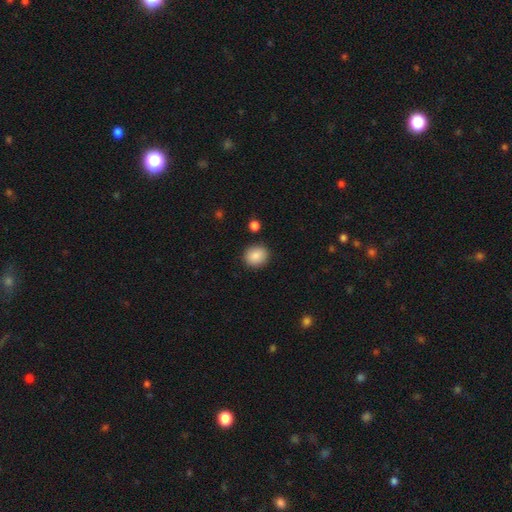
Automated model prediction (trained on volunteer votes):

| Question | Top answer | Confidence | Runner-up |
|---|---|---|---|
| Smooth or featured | smooth | 88% | star or artifact (8%) |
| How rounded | round | 74% | in between (25%) |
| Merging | none | 88% | minor disturbance (7%) |